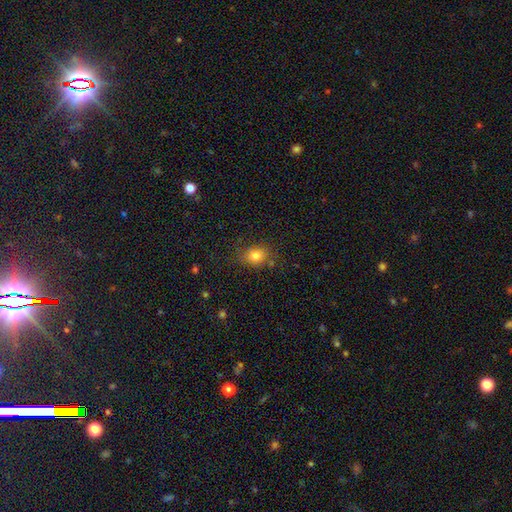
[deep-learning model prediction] Overall: smooth (79%). How rounded: round (53%; in between 46%). Merging: none (77%).